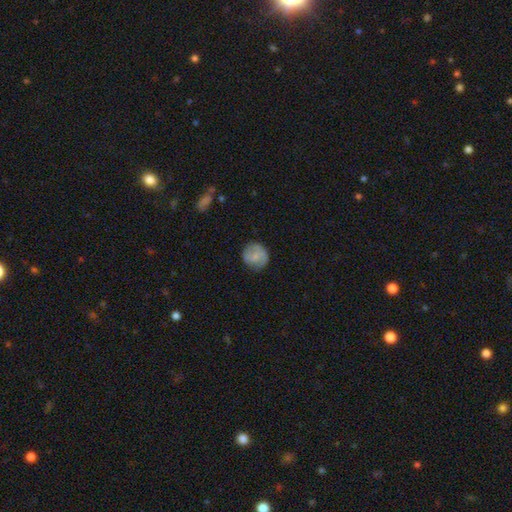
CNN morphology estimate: Overall: smooth (72%). How rounded: round (88%). Merging: none (76%).